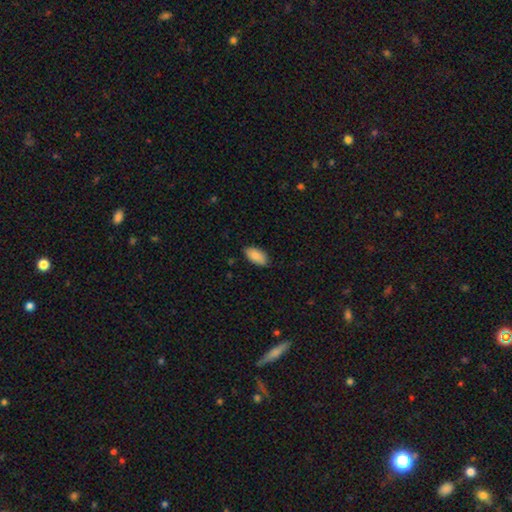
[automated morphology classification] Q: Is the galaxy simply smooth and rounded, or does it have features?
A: smooth — 89%.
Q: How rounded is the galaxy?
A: in between — 94%.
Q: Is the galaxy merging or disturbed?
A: none — 84%.